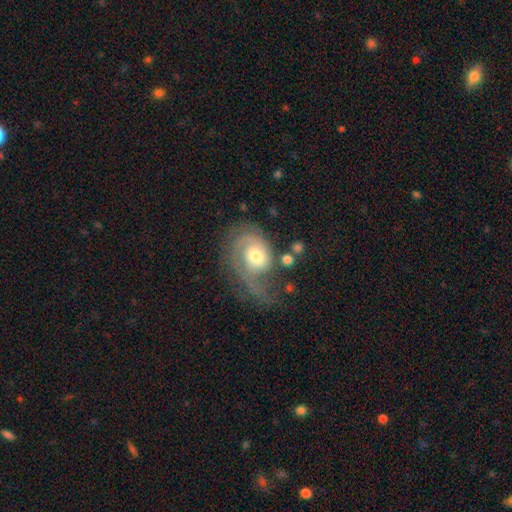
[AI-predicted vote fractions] Morphology: type=featured or disk (74%); edge-on=no (97%); bar=no (66%); spiral arms=yes (91%); winding=medium (40%); arm count=1 (39%); bulge=moderate (65%); merging=none (37%).